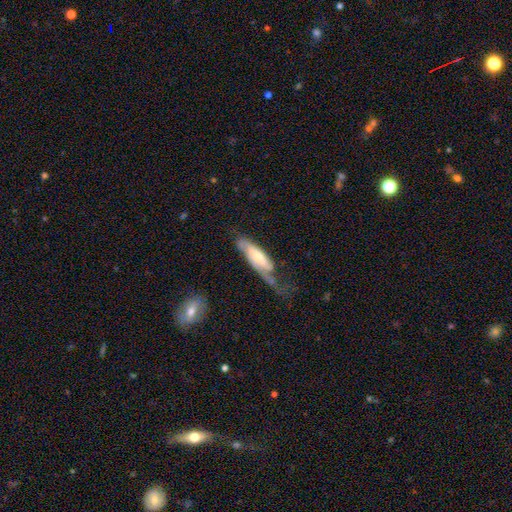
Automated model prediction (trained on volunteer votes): This is likely a featured or disk galaxy (61%). It is likely not viewed edge-on (74%). Merging: marginally major disturbance (43%).